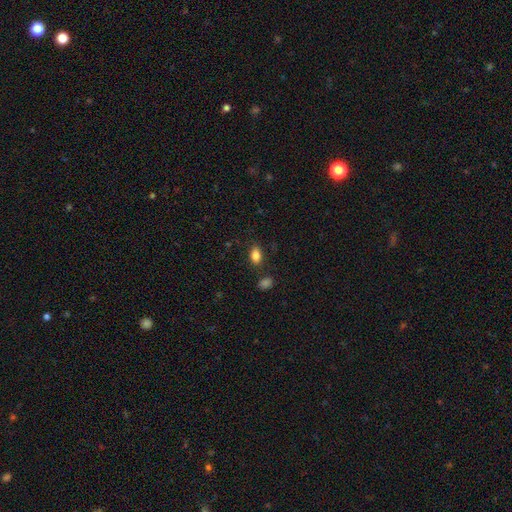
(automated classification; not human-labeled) Overall: smooth (84%). How rounded: in between (86%). Merging: none (81%).